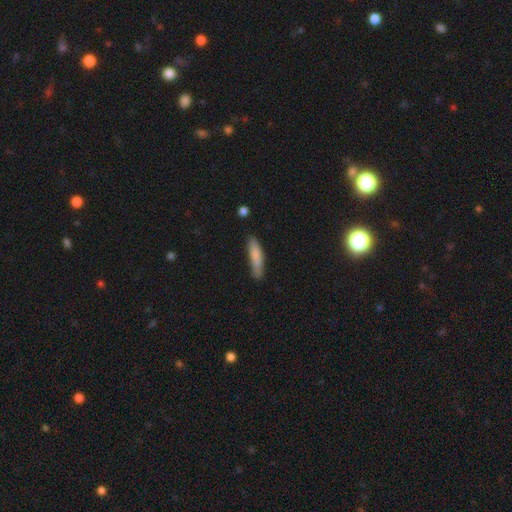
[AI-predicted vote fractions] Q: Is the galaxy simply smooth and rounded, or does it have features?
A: smooth — 81%.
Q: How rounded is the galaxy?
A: cigar-shaped — 80%.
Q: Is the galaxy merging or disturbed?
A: none — 72%.